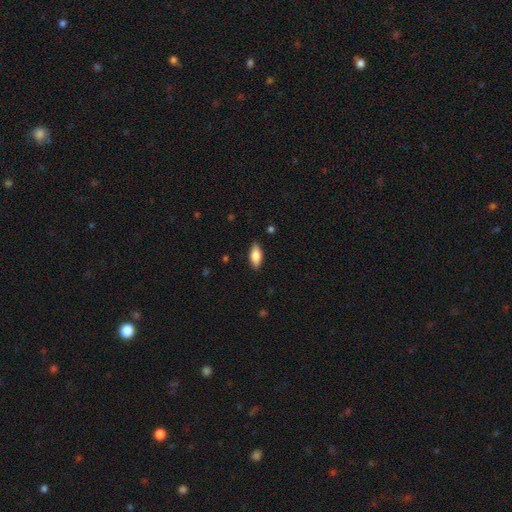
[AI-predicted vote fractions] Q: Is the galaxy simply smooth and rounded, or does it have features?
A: smooth — 82%.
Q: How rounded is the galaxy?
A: in between — 86%.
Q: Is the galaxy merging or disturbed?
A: none — 87%.